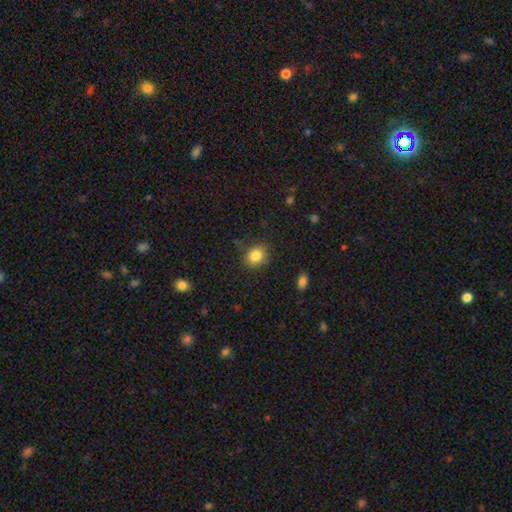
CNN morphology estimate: smooth 84%, star or artifact 10%, featured or disk 6%. Down the decision tree: how rounded — round (57%); merging — none (81%).